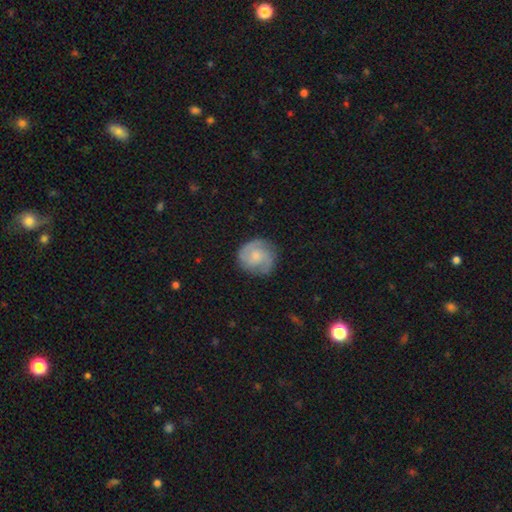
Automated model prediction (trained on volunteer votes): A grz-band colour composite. It shows a featured or disk galaxy (63%) with no bar (66%), 2 (51%) tight (44%) spiral arms (92%) and a small central bulge (50%). Merging: none (77%).